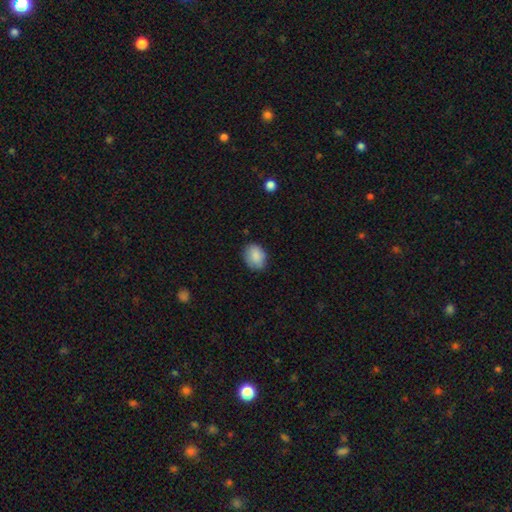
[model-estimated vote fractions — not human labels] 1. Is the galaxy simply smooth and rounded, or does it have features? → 86% smooth, 7% star or artifact, 7% featured or disk.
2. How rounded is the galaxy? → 56% in between, 43% round, 1% cigar-shaped.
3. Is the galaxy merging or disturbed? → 76% none, 19% minor disturbance, 4% major disturbance, 1% merger.